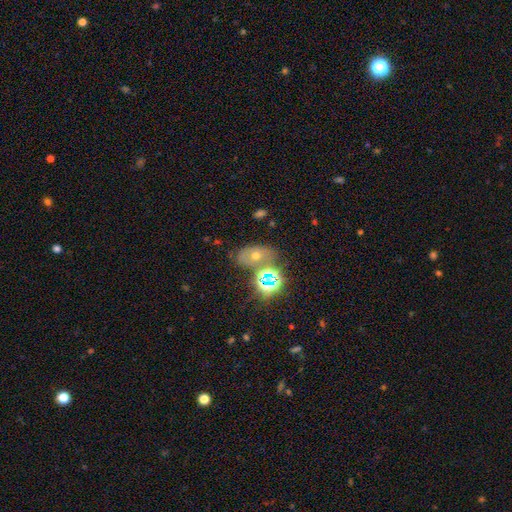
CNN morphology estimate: A smooth galaxy with no disk features (40%).

Vote fractions:
- Smooth or featured? smooth: 40% / star or artifact: 36% / featured or disk: 24%
- Merging? none: 59% / merger: 19% / minor disturbance: 15% / major disturbance: 7%